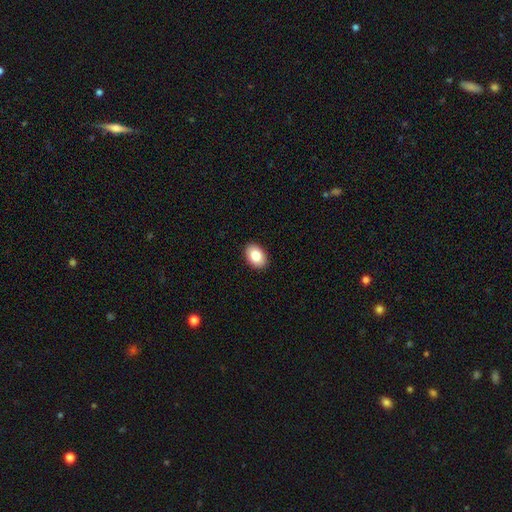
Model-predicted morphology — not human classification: Smooth or featured? smooth (86%)
How rounded? in between (86%)
Merging? none (91%)